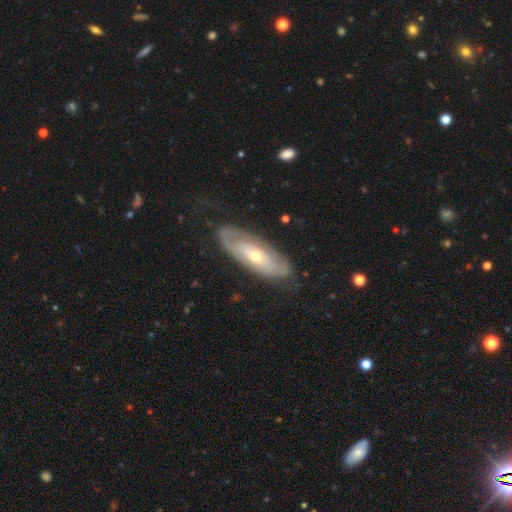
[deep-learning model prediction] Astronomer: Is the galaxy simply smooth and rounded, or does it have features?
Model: featured or disk — 68%.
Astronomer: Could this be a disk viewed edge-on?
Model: no — 82%.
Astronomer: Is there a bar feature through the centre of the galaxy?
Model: no — 73%.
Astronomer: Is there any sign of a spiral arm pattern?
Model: yes — 61% (runner-up: no, 39%).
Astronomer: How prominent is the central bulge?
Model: small — 49% (runner-up: moderate, 48%).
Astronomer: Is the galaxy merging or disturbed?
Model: none — 72%.